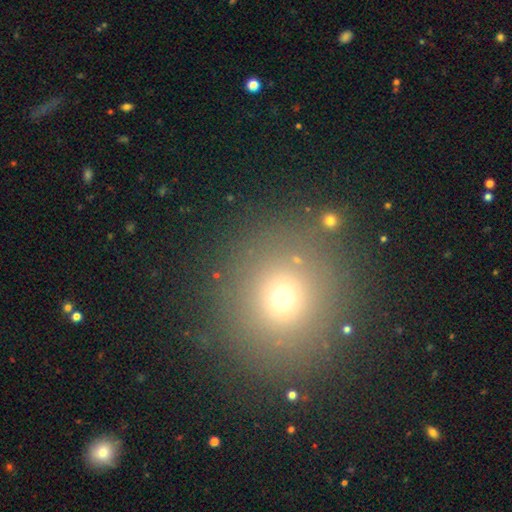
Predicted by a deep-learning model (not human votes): Smooth or featured? smooth (64%)
How rounded? round (89%)
Merging? none (87%)